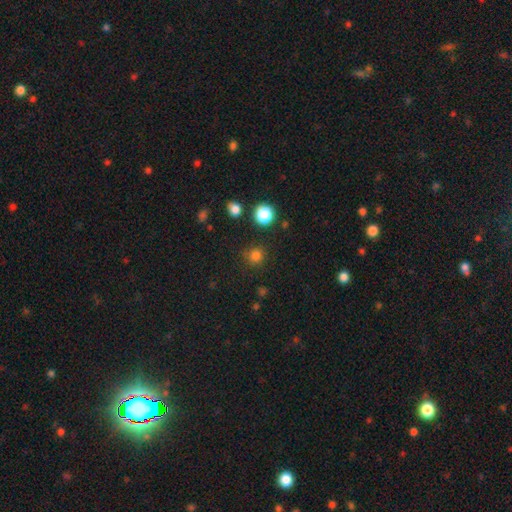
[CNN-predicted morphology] Smooth or featured: smooth — 79% (star or artifact — 17%)
How rounded: round — 93% (in between — 7%)
Merging: none — 86% (minor disturbance — 8%)